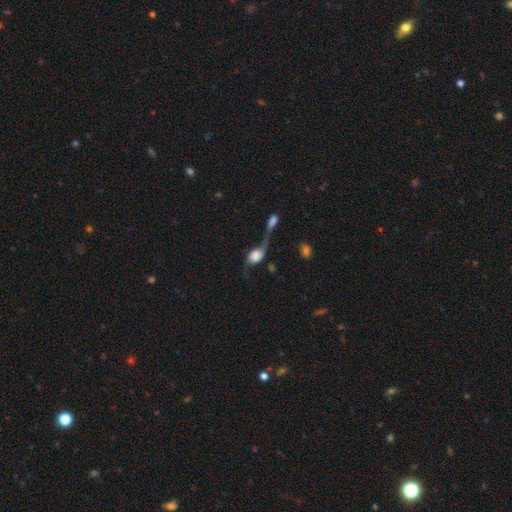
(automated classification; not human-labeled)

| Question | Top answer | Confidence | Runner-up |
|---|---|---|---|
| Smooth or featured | featured or disk | 59% | smooth (32%) |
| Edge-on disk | no | 88% | yes (12%) |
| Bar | no | 69% | weak (24%) |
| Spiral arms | yes | 83% | no (17%) |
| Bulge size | large | 40% | dominant (25%) |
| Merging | merger | 51% | major disturbance (21%) |